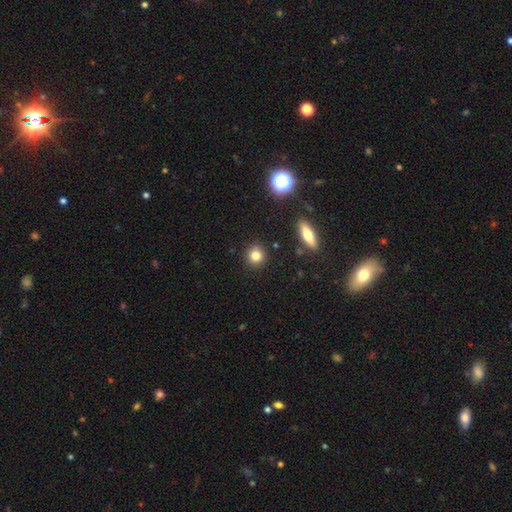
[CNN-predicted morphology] Q: Smooth or featured?
A: smooth (80%); runner-up: star or artifact (12%)
Q: How rounded?
A: round (88%); runner-up: in between (10%)
Q: Merging?
A: none (87%); runner-up: minor disturbance (8%)